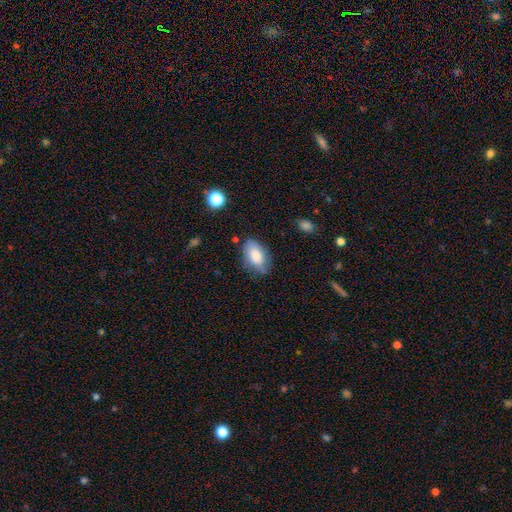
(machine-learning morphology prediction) smooth 80%, featured or disk 13%, star or artifact 7%. Down the decision tree: how rounded — in between (92%); merging — none (71%).